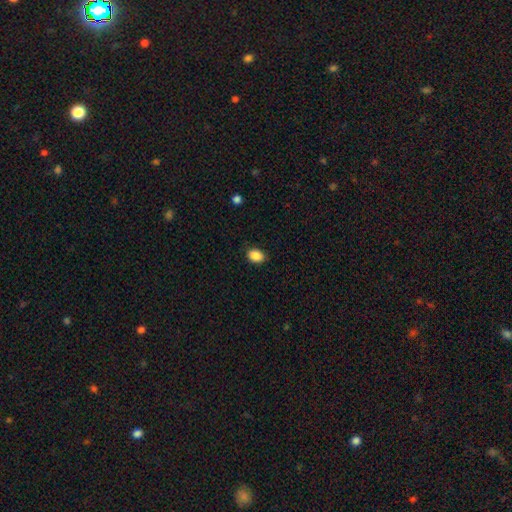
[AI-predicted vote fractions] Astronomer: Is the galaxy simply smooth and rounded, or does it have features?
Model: smooth — 89%.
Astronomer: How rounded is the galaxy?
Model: in between — 71%.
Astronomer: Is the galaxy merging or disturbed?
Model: none — 87%.